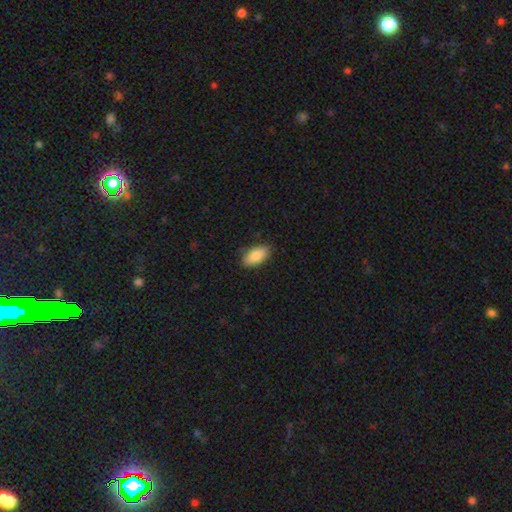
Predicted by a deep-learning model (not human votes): Smooth or featured? smooth (86%)
How rounded? in between (93%)
Merging? none (85%)